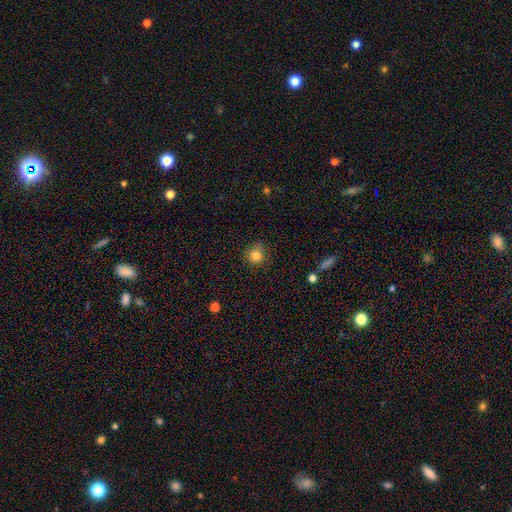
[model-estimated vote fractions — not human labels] Morphology: type=smooth (82%); roundness=round (89%); merging=none (76%).